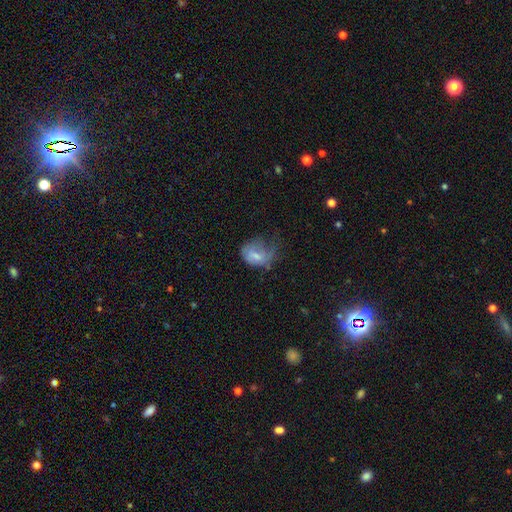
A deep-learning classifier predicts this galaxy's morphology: smooth_or_featured: smooth (p=0.53) [alt: featured or disk p=0.38]
how_rounded: in between (p=0.63) [alt: round p=0.36]
merging: major disturbance (p=0.46) [alt: minor disturbance p=0.28]